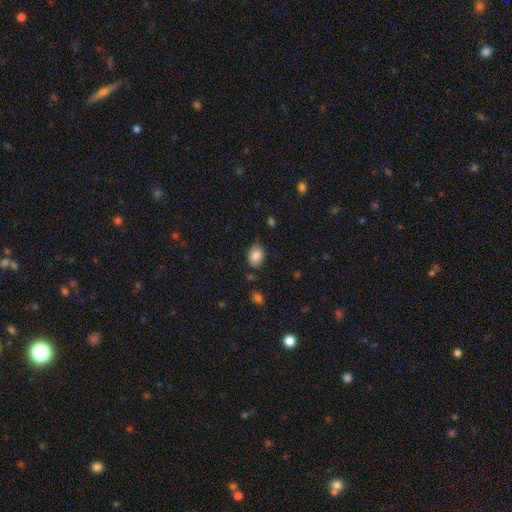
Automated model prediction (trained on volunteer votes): The model was most divided on "how rounded": in between: 75%, round: 24%, cigar-shaped: 1%. More confident: smooth or featured — smooth (83%); merging — none (75%).